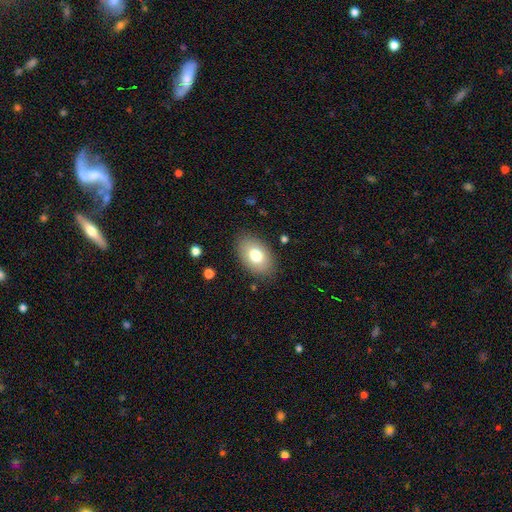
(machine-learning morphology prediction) smooth-or-featured: smooth: 76% | featured or disk: 16% | star or artifact: 8%
  how-rounded: in between: 90% | round: 9% | cigar-shaped: 1%
  merging: none: 85% | minor disturbance: 11% | major disturbance: 3% | merger: 1%